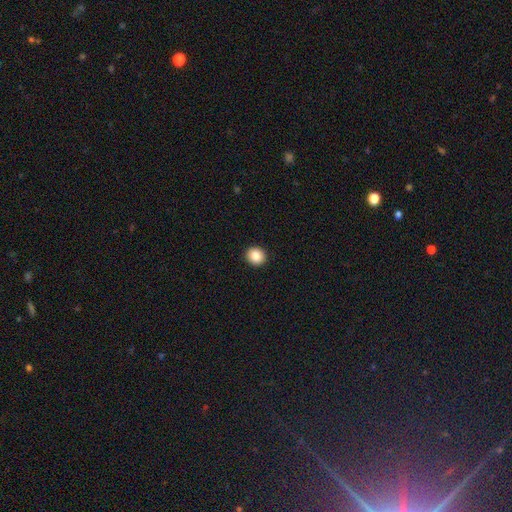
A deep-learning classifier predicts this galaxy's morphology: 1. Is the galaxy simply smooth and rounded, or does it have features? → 86% smooth, 9% star or artifact, 5% featured or disk.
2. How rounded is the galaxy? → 85% round, 14% in between, 1% cigar-shaped.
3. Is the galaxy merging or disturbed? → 93% none, 5% minor disturbance, 1% major disturbance, 1% merger.